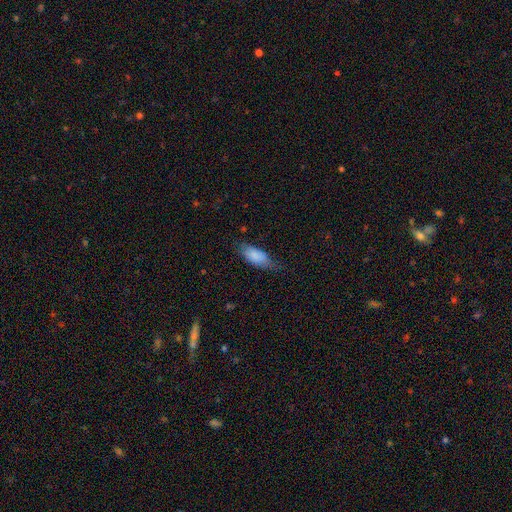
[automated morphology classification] This is clearly a smooth galaxy (82%). How rounded: clearly in between (80%). Merging: possibly none (56%).